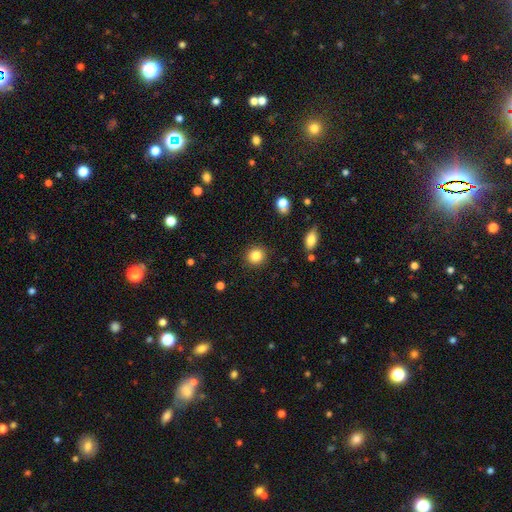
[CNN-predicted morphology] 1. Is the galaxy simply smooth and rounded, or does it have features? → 84% smooth, 10% star or artifact, 6% featured or disk.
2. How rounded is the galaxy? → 91% round, 8% in between, 1% cigar-shaped.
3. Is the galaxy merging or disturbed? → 91% none, 6% minor disturbance, 2% major disturbance, 1% merger.